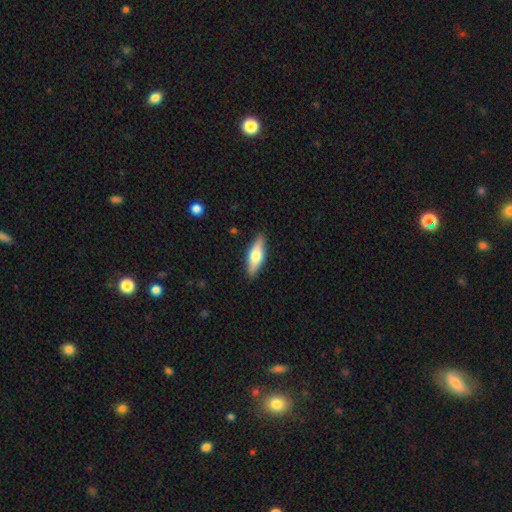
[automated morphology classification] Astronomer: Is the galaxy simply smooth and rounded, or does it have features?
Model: smooth — 58% (runner-up: featured or disk, 37%).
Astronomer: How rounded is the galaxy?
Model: in between — 52% (runner-up: cigar-shaped, 45%).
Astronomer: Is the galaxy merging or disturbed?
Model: none — 89%.